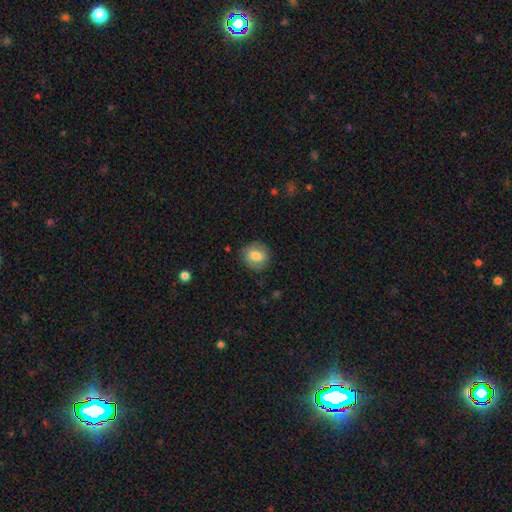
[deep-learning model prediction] Smooth or featured?
  - smooth: 76% *
  - featured or disk: 16%
  - star or artifact: 8%
How rounded?
  - round: 75% *
  - in between: 24%
  - cigar-shaped: 1%
Merging?
  - none: 79% *
  - minor disturbance: 15%
  - major disturbance: 4%
  - merger: 1%